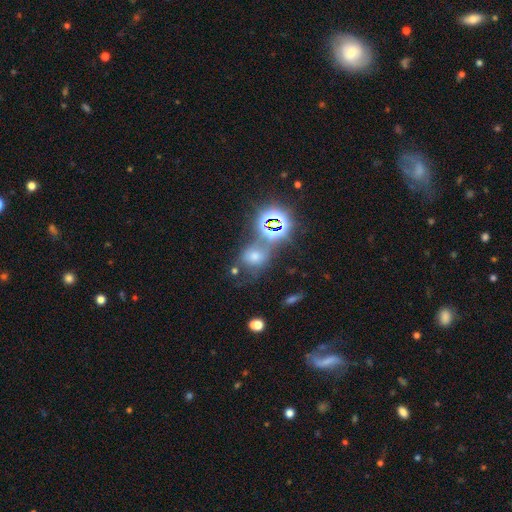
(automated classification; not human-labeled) smooth-or-featured: smooth: 48% | star or artifact: 38% | featured or disk: 14%
  merging: none: 50% | merger: 21% | minor disturbance: 18% | major disturbance: 11%